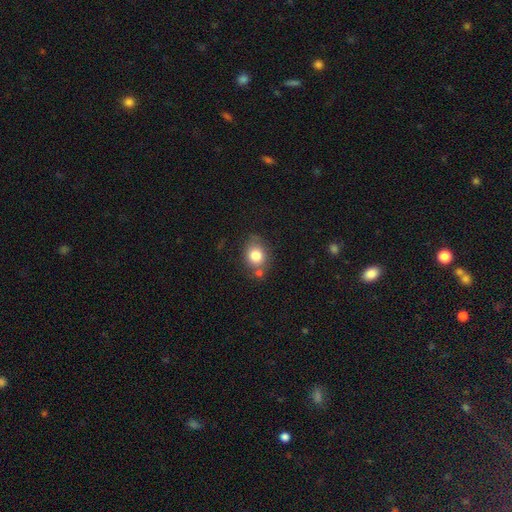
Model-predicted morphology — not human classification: A smooth galaxy with no disk features (81%) that is round (56%). Merging: none (63%).